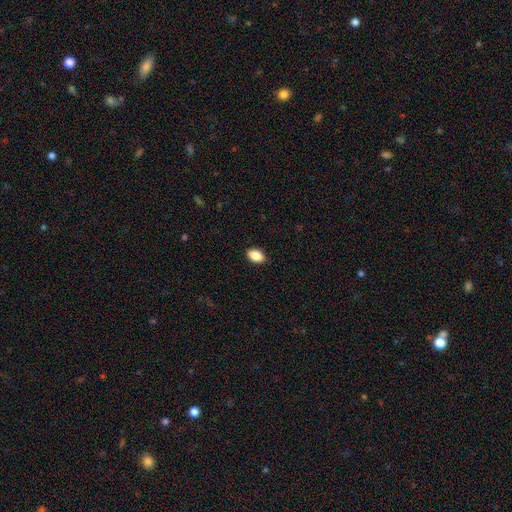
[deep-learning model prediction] Smooth or featured?
  - smooth: 88% *
  - star or artifact: 7%
  - featured or disk: 5%
How rounded?
  - in between: 88% *
  - round: 10%
  - cigar-shaped: 1%
Merging?
  - none: 88% *
  - minor disturbance: 9%
  - major disturbance: 2%
  - merger: 1%